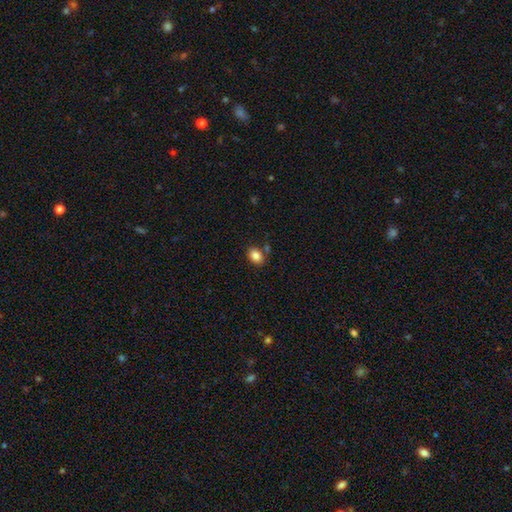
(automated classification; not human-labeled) This is clearly a smooth galaxy (85%). How rounded: likely in between (78%). Merging: likely none (77%).